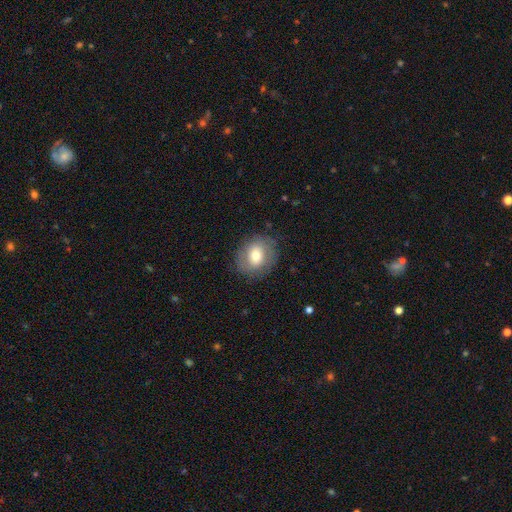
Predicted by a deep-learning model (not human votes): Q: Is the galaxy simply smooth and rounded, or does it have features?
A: smooth — 64%.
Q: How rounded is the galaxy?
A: round — 66%.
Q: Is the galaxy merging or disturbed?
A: none — 81%.